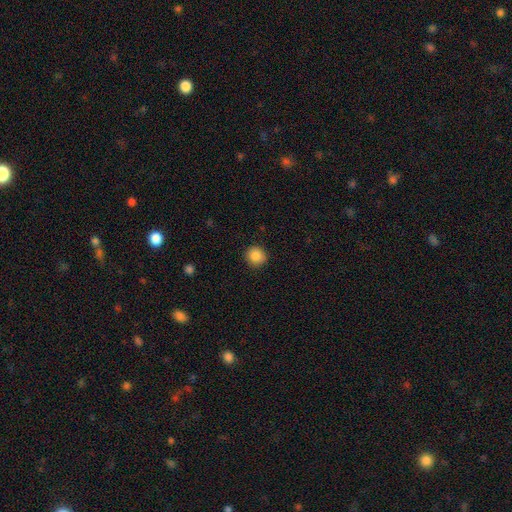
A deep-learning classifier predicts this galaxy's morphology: smooth_or_featured: smooth (p=0.87) [alt: star or artifact p=0.09]
how_rounded: round (p=0.92) [alt: in between p=0.07]
merging: none (p=0.90) [alt: minor disturbance p=0.07]